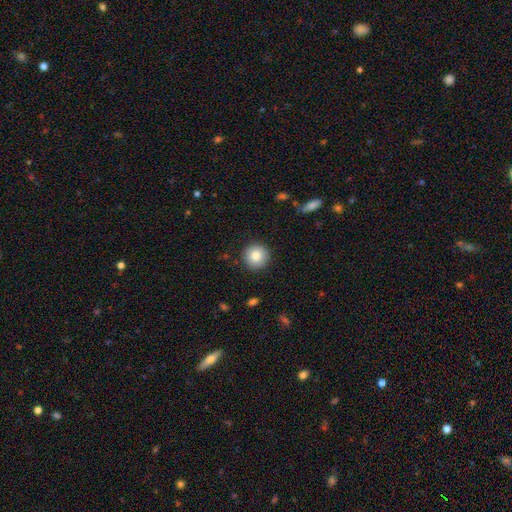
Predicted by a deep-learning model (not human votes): smooth_or_featured: smooth (p=0.81) [alt: featured or disk p=0.10]
how_rounded: round (p=0.95) [alt: in between p=0.04]
merging: none (p=0.91) [alt: minor disturbance p=0.06]